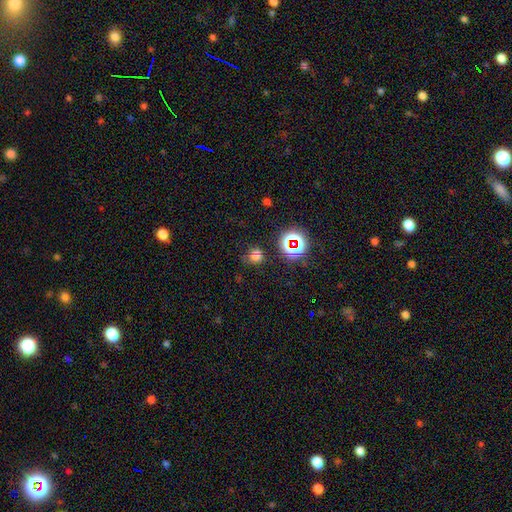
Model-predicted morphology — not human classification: Smooth or featured?
  - smooth: 60% *
  - star or artifact: 32%
  - featured or disk: 8%
How rounded?
  - round: 76% *
  - in between: 23%
  - cigar-shaped: 1%
Merging?
  - none: 61% *
  - minor disturbance: 17%
  - merger: 15%
  - major disturbance: 7%